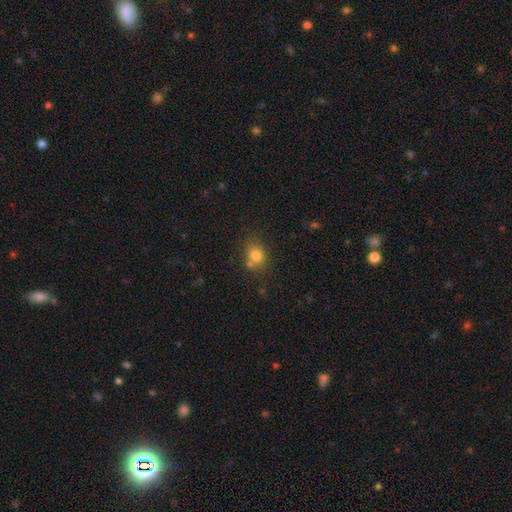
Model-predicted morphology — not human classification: Q: Smooth or featured?
A: smooth (78%); runner-up: star or artifact (12%)
Q: How rounded?
A: round (62%); runner-up: in between (37%)
Q: Merging?
A: none (61%); runner-up: merger (19%)